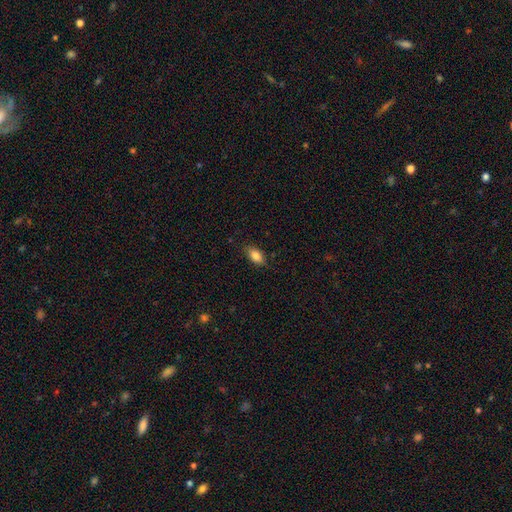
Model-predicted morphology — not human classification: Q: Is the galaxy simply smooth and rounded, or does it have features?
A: smooth — 84%.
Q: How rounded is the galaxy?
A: in between — 89%.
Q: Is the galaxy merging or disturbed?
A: none — 83%.